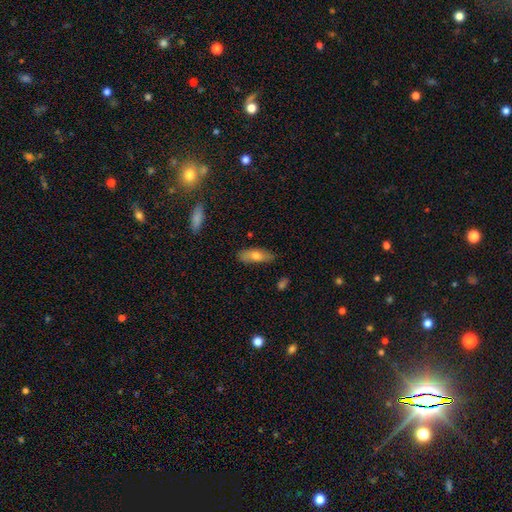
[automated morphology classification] Smooth or featured?
  - smooth: 69% *
  - featured or disk: 24%
  - star or artifact: 7%
How rounded?
  - in between: 62% *
  - cigar-shaped: 35%
  - round: 3%
Merging?
  - none: 82% *
  - minor disturbance: 14%
  - major disturbance: 3%
  - merger: 2%